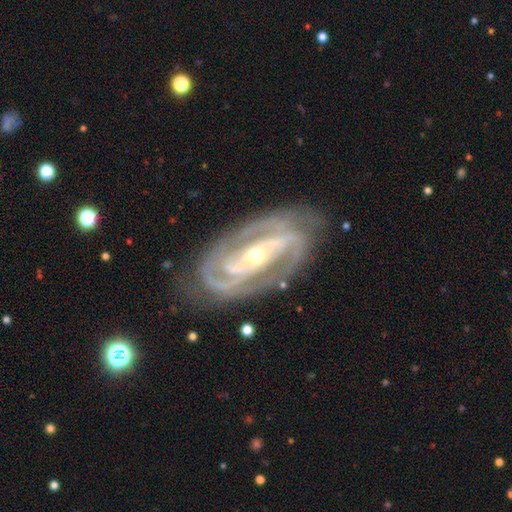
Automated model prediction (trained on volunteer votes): A featured or disk galaxy (91%) with a strong bar (52%), 2 (71%) tight (58%) spiral arms (96%) and a small central bulge (55%). Merging: none (79%).